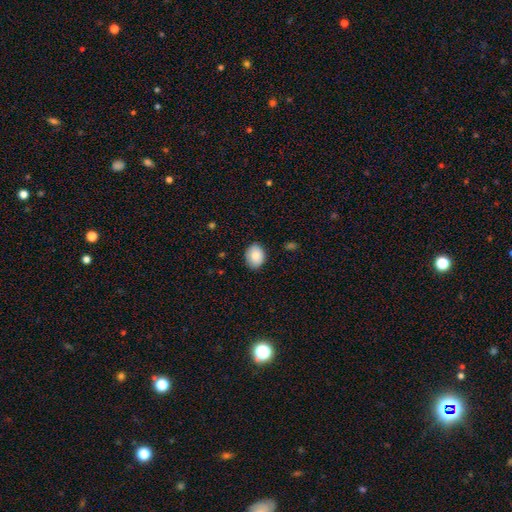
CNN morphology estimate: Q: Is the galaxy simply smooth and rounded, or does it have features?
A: smooth — 86%.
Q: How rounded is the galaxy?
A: in between — 61%.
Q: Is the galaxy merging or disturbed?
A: none — 86%.